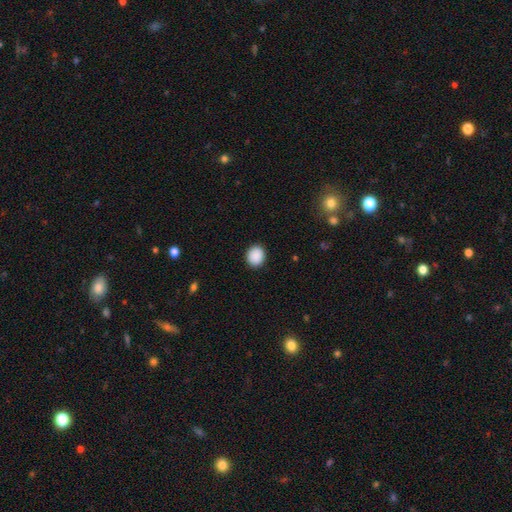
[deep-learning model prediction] smooth_or_featured: smooth (p=0.90) [alt: star or artifact p=0.08]
how_rounded: round (p=0.79) [alt: in between p=0.20]
merging: none (p=0.91) [alt: minor disturbance p=0.06]